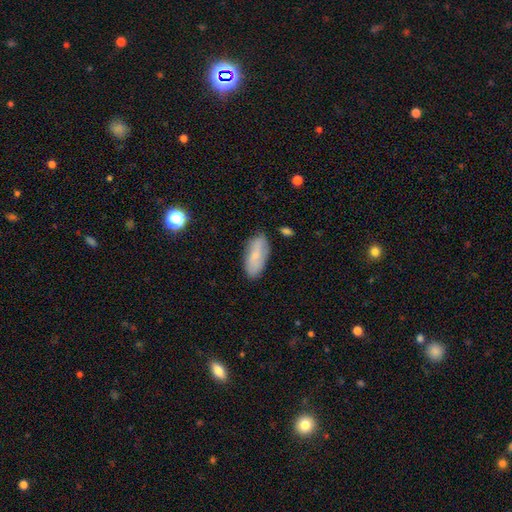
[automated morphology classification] type=smooth (70%); roundness=in between (85%); merging=none (80%).